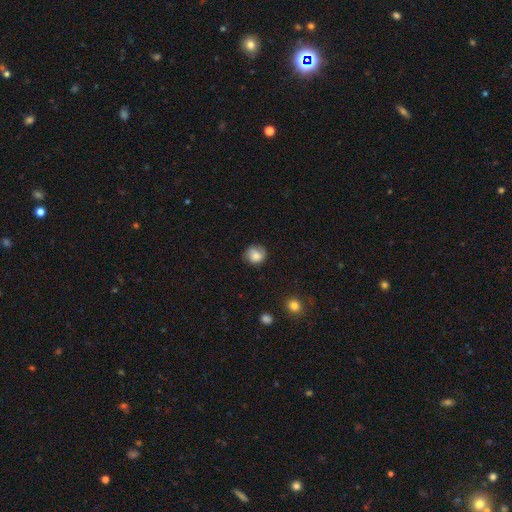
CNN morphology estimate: type=smooth (77%); roundness=round (81%); merging=none (73%).